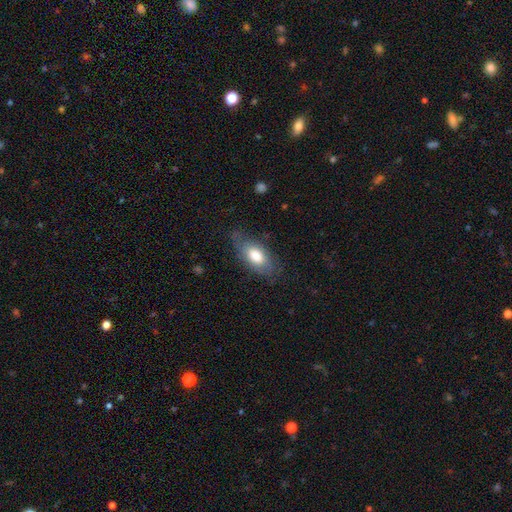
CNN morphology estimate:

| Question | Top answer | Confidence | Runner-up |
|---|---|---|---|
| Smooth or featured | smooth | 71% | featured or disk (23%) |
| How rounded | in between | 87% | cigar-shaped (10%) |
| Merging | none | 68% | minor disturbance (23%) |